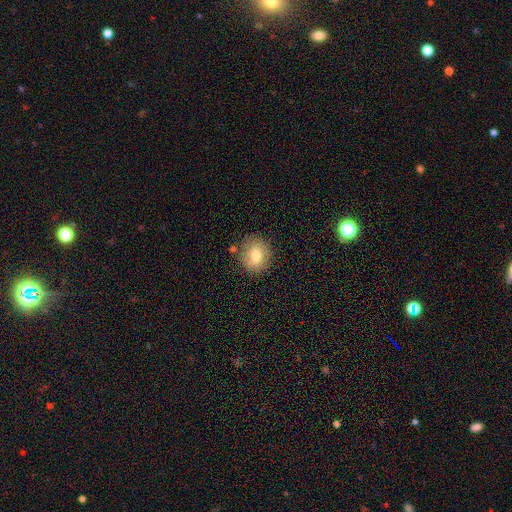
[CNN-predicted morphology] Smooth or featured: smooth — 74% (featured or disk — 17%)
How rounded: round — 72% (in between — 27%)
Merging: none — 81% (minor disturbance — 12%)